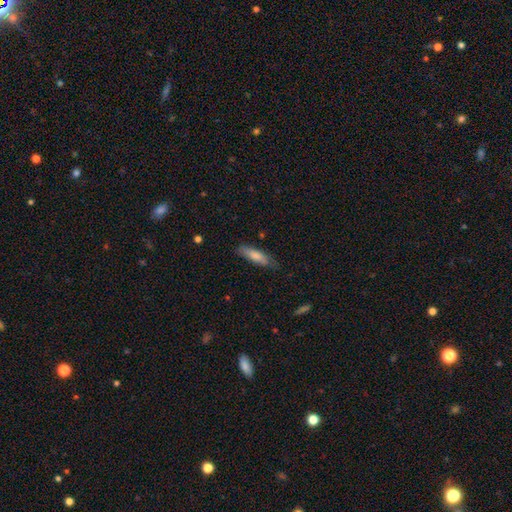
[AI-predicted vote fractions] Q: Smooth or featured?
A: smooth (77%); runner-up: featured or disk (17%)
Q: How rounded?
A: cigar-shaped (60%); runner-up: in between (38%)
Q: Merging?
A: none (73%); runner-up: minor disturbance (21%)